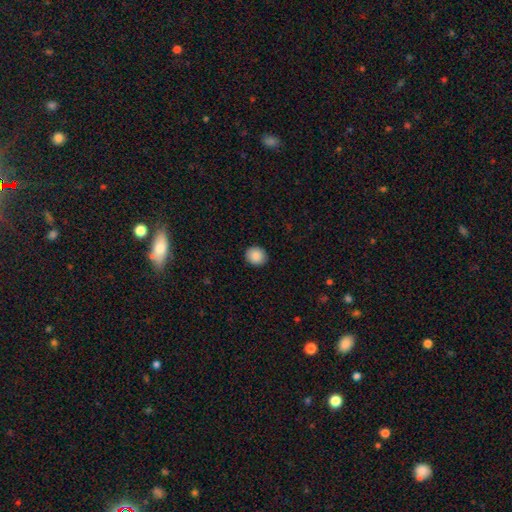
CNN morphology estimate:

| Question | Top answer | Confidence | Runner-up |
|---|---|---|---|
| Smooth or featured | smooth | 88% | star or artifact (8%) |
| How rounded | round | 81% | in between (18%) |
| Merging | none | 91% | minor disturbance (6%) |